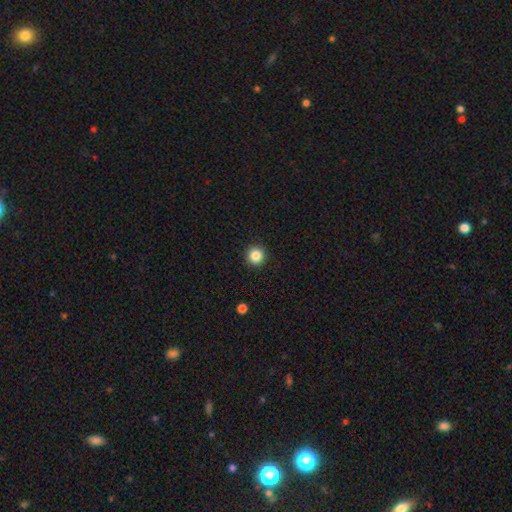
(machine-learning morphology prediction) smooth-or-featured: smooth: 85% | star or artifact: 11% | featured or disk: 4%
  how-rounded: round: 95% | in between: 4% | cigar-shaped: 1%
  merging: none: 93% | minor disturbance: 5% | major disturbance: 2% | merger: 1%